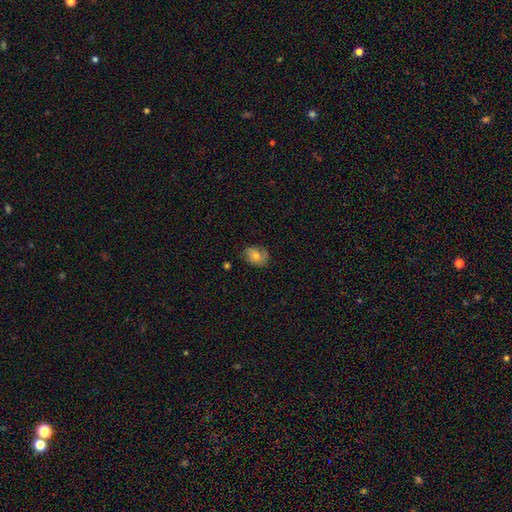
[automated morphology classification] A smooth galaxy with no disk features (62%) that is in between round and cigar-shaped (65%). Merging: none (67%).